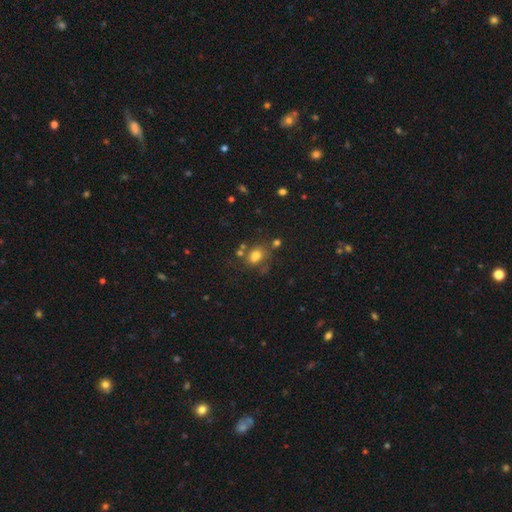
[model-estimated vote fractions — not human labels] smooth_or_featured: smooth (p=0.72) [alt: featured or disk p=0.14]
how_rounded: in between (p=0.63) [alt: round p=0.35]
merging: none (p=0.52) [alt: minor disturbance p=0.20]